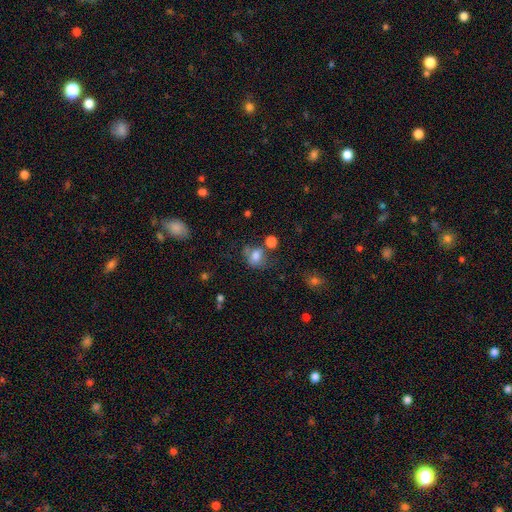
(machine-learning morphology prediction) smooth_or_featured: smooth (p=0.74) [alt: featured or disk p=0.13]
how_rounded: round (p=0.52) [alt: in between p=0.47]
merging: none (p=0.45) [alt: minor disturbance p=0.24]